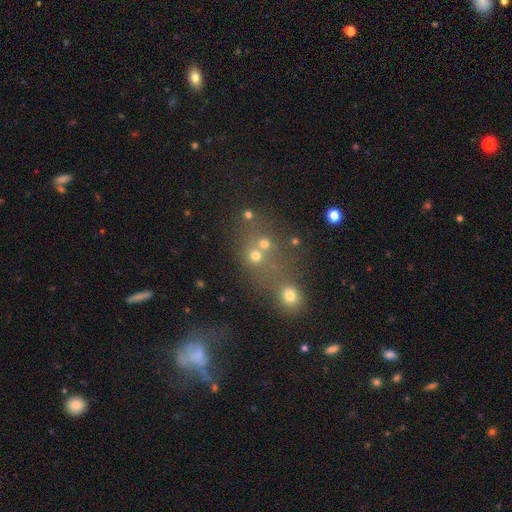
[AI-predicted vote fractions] smooth 65%, star or artifact 23%, featured or disk 12%. Down the decision tree: how rounded — round (80%); merging — none (44%).